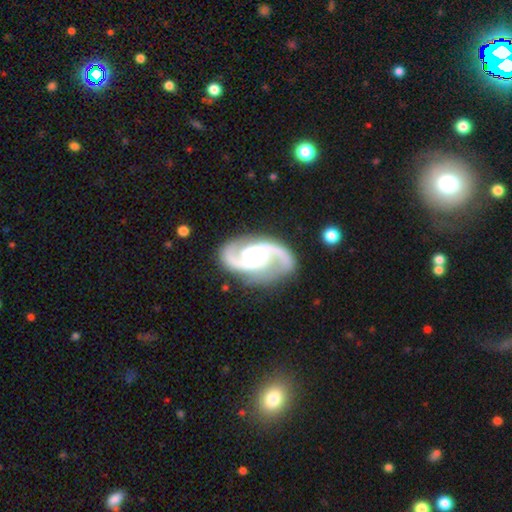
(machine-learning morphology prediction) Overall: featured or disk (94%). Edge-on disk: no (98%). Bar: no (45%; weak 38%). Spiral arms: yes (99%). Spiral arm count: 2 (94%). Spiral winding: medium (63%). Bulge size: moderate (48%; small 33%). Merging: none (84%).